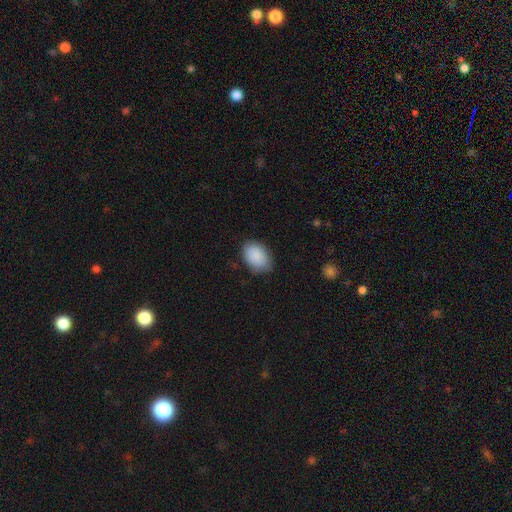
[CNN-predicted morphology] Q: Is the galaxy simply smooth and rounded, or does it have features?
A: smooth — 90%.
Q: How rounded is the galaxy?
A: in between — 83%.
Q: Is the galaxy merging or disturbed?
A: none — 76%.